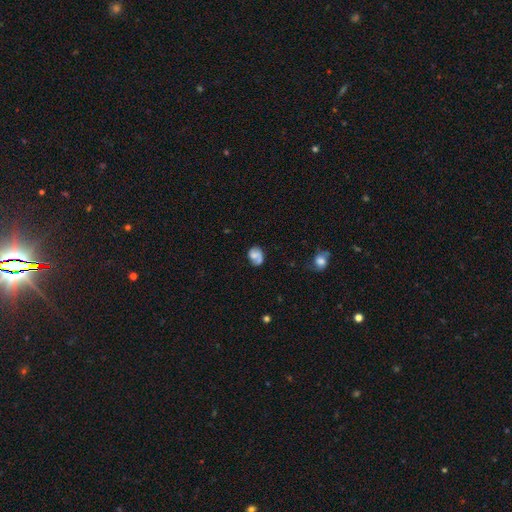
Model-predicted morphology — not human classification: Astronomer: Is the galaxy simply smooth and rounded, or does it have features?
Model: smooth — 50% (runner-up: featured or disk, 40%).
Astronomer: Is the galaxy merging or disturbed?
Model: none — 47% (runner-up: minor disturbance, 25%).